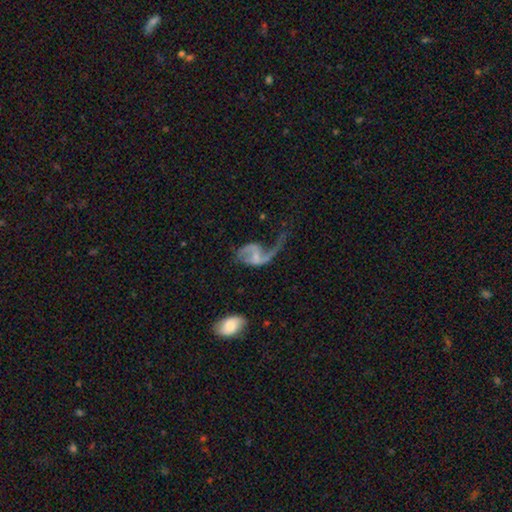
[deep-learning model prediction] smooth-or-featured: featured or disk: 80% | smooth: 13% | star or artifact: 6%
  disk-edge-on: no: 98% | yes: 2%
    bar: weak: 43% | no: 42% | strong: 15%
    has-spiral-arms: yes: 88% | no: 12%
      spiral-winding: loose: 76% | medium: 19% | tight: 5%
      spiral-arm-count: 2: 61% | 1: 33% | can't tell: 3% | 3: 1% | 4: 1% | more than 4: 1%
    bulge-size: none: 47% | small: 32% | moderate: 16% | large: 4% | dominant: 2%
  merging: major disturbance: 53% | none: 25% | minor disturbance: 16% | merger: 7%